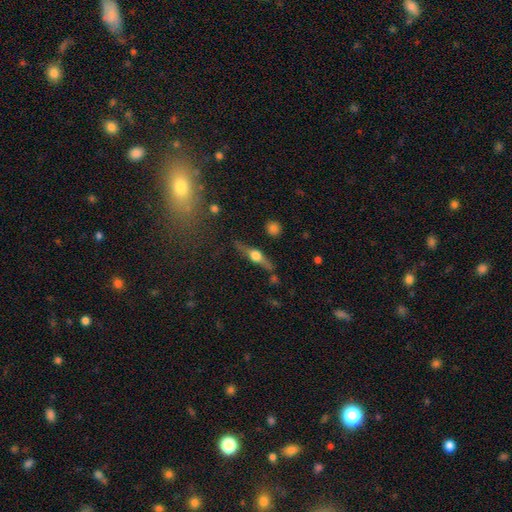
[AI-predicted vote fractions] Smooth or featured? Predicted: featured or disk (p=0.75). Edge-on disk? Predicted: yes (p=0.95). Edge-on bulge? Predicted: rounded (p=0.94). Merging? Predicted: none (p=0.79).